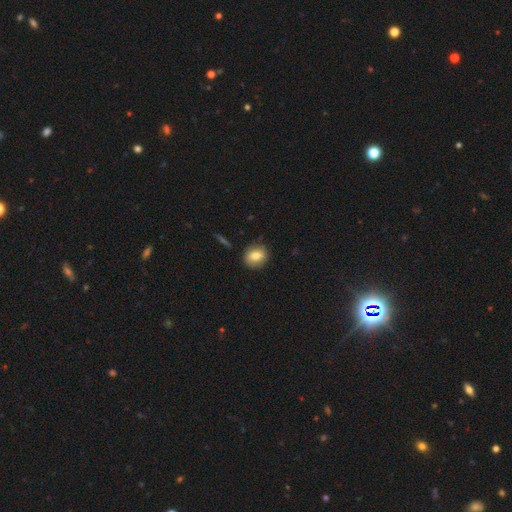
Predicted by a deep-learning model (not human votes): Smooth or featured?
  - smooth: 79% *
  - featured or disk: 13%
  - star or artifact: 8%
How rounded?
  - round: 59% *
  - in between: 39%
  - cigar-shaped: 1%
Merging?
  - none: 86% *
  - minor disturbance: 10%
  - major disturbance: 2%
  - merger: 2%